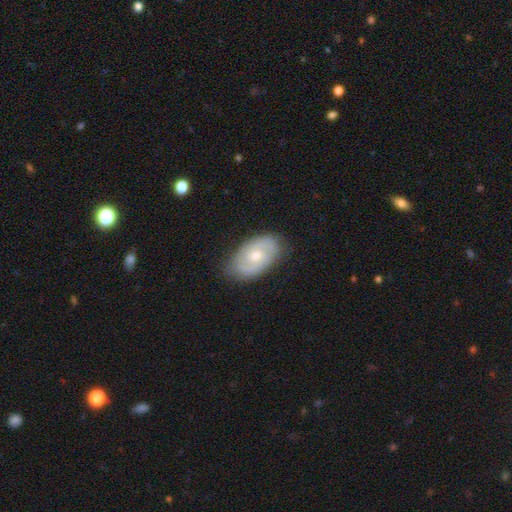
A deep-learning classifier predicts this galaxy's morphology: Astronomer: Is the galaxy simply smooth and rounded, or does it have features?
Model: featured or disk — 63%.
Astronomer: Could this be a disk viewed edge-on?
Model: no — 95%.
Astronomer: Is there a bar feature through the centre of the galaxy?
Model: no — 59% (runner-up: weak, 36%).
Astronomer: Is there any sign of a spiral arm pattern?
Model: yes — 80%.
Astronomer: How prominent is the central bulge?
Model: moderate — 59% (runner-up: small, 35%).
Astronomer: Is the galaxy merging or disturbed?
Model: none — 81%.